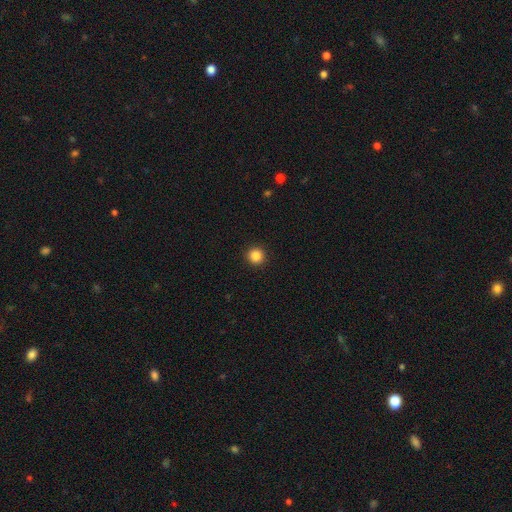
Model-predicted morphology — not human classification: smooth_or_featured: smooth (p=0.85) [alt: star or artifact p=0.11]
how_rounded: round (p=0.95) [alt: in between p=0.04]
merging: none (p=0.93) [alt: minor disturbance p=0.04]